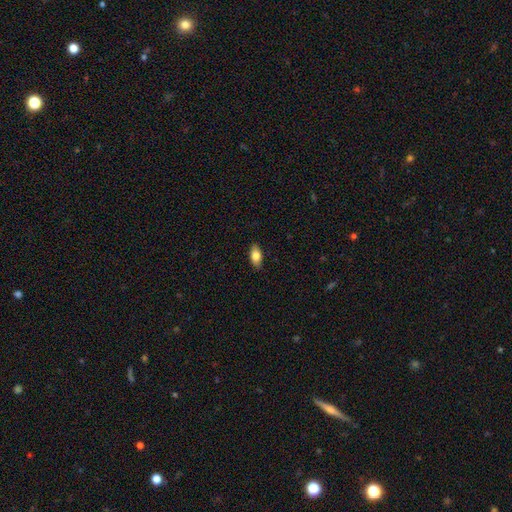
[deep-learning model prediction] Smooth or featured: smooth — 79% (featured or disk — 14%)
How rounded: in between — 89% (cigar-shaped — 7%)
Merging: none — 87% (minor disturbance — 10%)